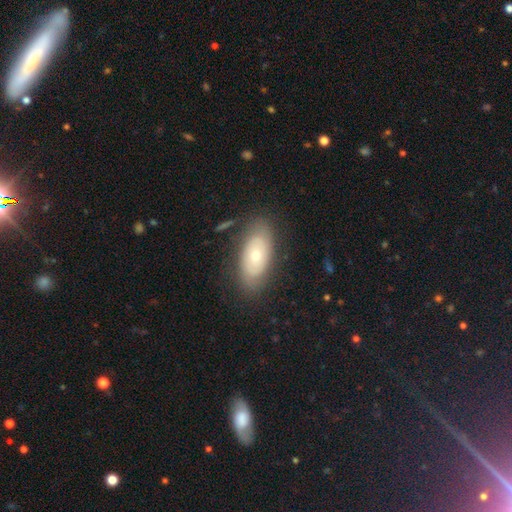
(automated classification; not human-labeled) A featured or disk galaxy (51%). Merging: none (77%).